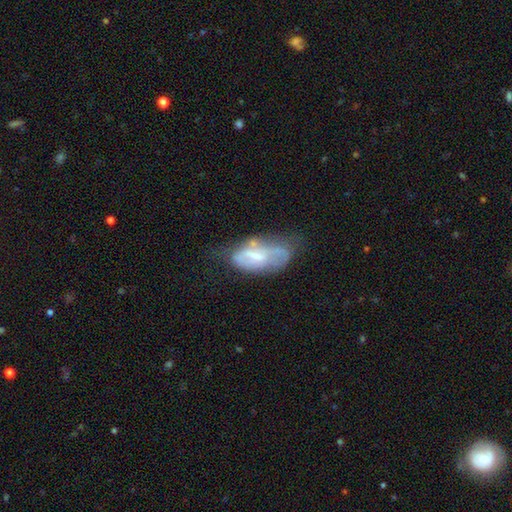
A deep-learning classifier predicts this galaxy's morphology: A featured or disk galaxy (55%).

Vote fractions:
- Smooth or featured? featured or disk: 55% / smooth: 37% / star or artifact: 8%
- Edge-on disk? no: 91% / yes: 9%
- Merging? minor disturbance: 33% / none: 32% / major disturbance: 27% / merger: 8%